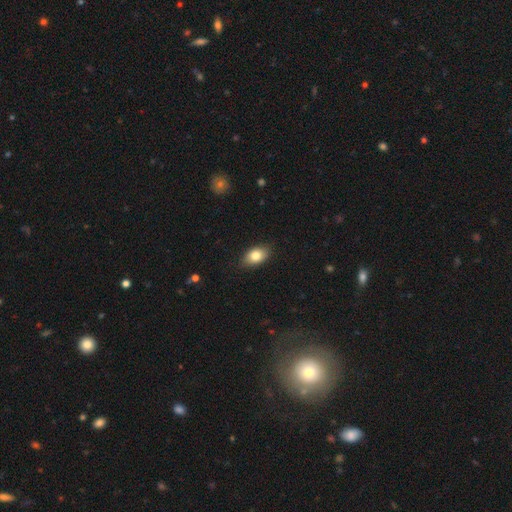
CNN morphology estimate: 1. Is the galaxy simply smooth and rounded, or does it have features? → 82% smooth, 10% featured or disk, 8% star or artifact.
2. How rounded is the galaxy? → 88% in between, 10% round, 2% cigar-shaped.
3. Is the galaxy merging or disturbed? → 85% none, 12% minor disturbance, 2% major disturbance, 1% merger.